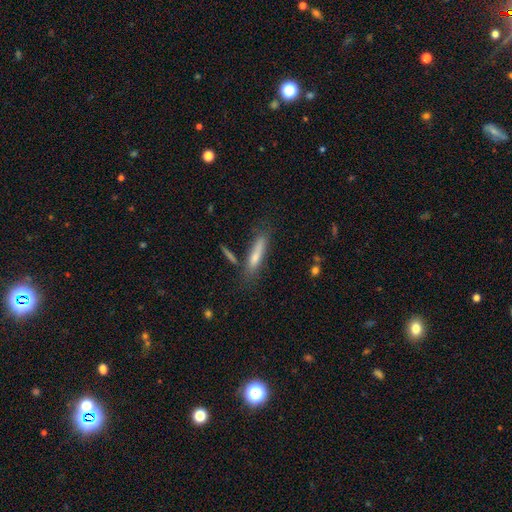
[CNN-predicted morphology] Smooth or featured? smooth (68%)
How rounded? cigar-shaped (79%)
Merging? none (64%)